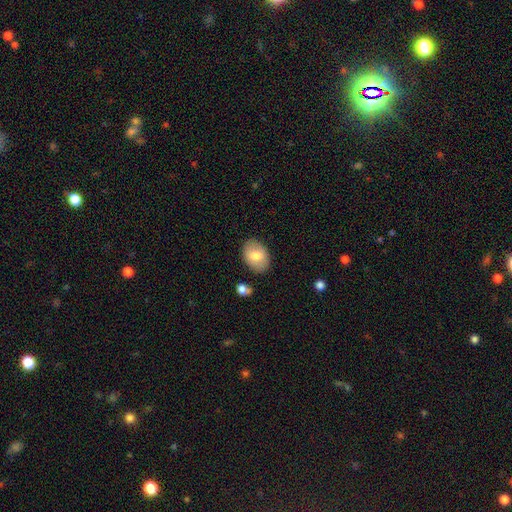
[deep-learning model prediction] A smooth galaxy with no disk features (74%) that is in between round and cigar-shaped (80%).

Vote fractions:
- Smooth or featured? smooth: 74% / featured or disk: 20% / star or artifact: 7%
- How rounded? in between: 80% / round: 19% / cigar-shaped: 1%
- Merging? none: 84% / minor disturbance: 11% / merger: 3% / major disturbance: 2%